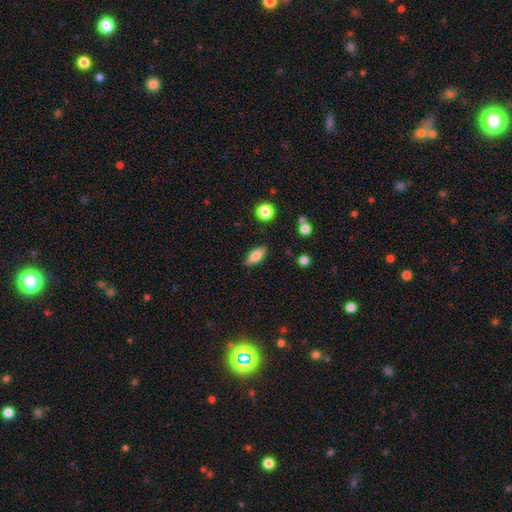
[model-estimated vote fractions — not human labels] The model was most divided on "smooth or featured": smooth: 76%, featured or disk: 16%, star or artifact: 8%. More confident: merging — none (85%); how rounded — in between (79%).